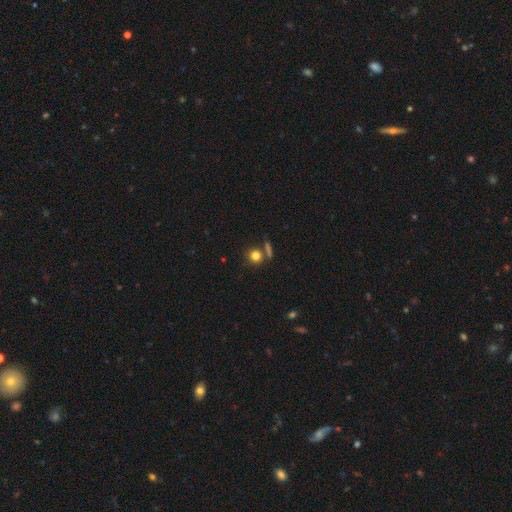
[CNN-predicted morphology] The model was most divided on "merging": none: 73%, merger: 15%, minor disturbance: 9%, major disturbance: 3%. More confident: how rounded — round (89%); smooth or featured — smooth (80%).